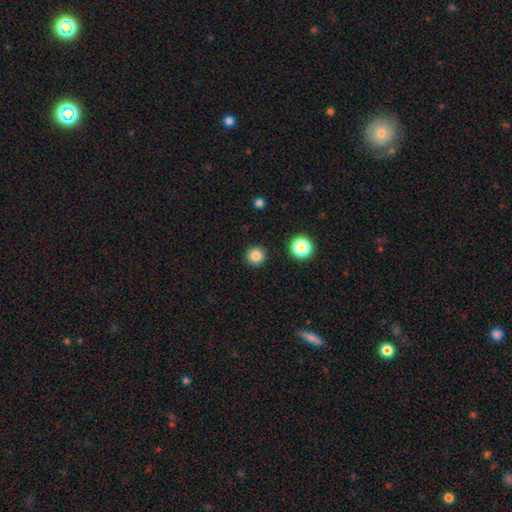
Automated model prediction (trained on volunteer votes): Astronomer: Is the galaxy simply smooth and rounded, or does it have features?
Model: smooth — 83%.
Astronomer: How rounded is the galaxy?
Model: round — 96%.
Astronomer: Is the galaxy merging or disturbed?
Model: none — 92%.